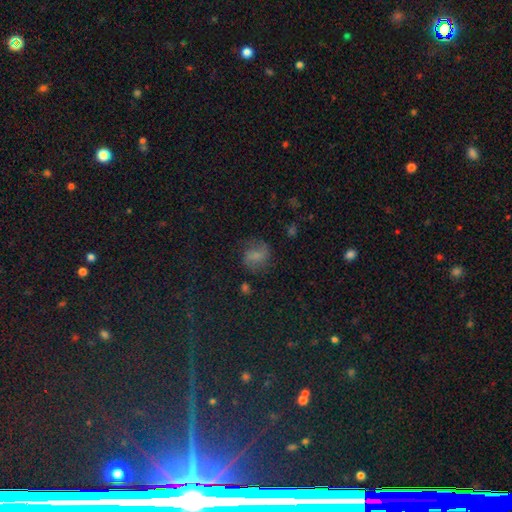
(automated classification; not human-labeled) Smooth or featured: smooth — 48% (featured or disk — 38%)
Merging: none — 66% (minor disturbance — 20%)